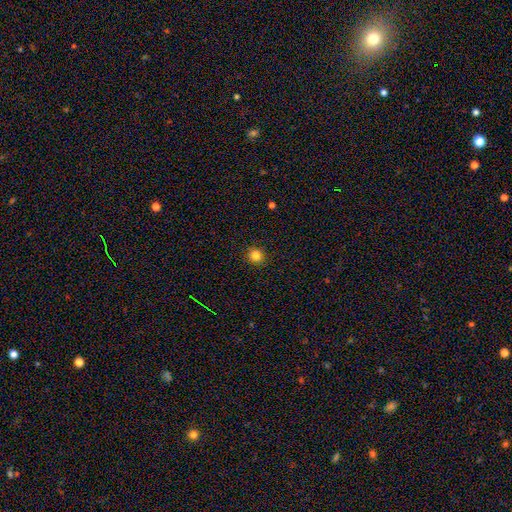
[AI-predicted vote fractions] Smooth or featured? Predicted: smooth (p=0.82). How rounded? Predicted: round (p=0.90). Merging? Predicted: none (p=0.92).